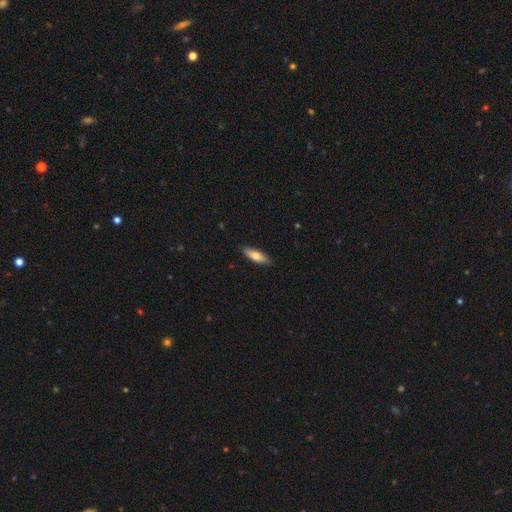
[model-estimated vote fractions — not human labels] Overall: smooth (71%). How rounded: in between (50%; cigar-shaped 48%). Merging: none (89%).